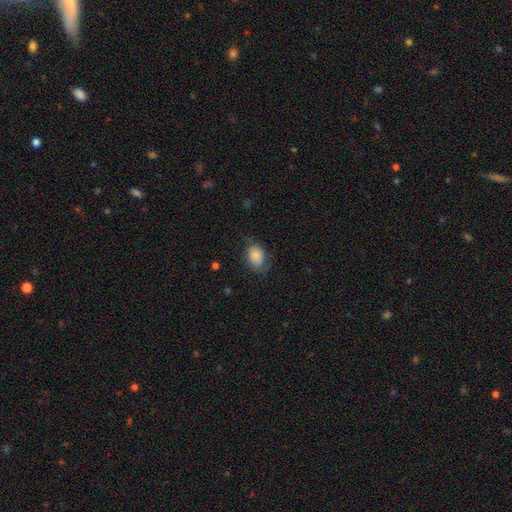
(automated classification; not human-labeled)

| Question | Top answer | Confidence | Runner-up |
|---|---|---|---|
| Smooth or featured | smooth | 79% | featured or disk (13%) |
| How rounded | in between | 78% | round (21%) |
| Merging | none | 59% | minor disturbance (28%) |